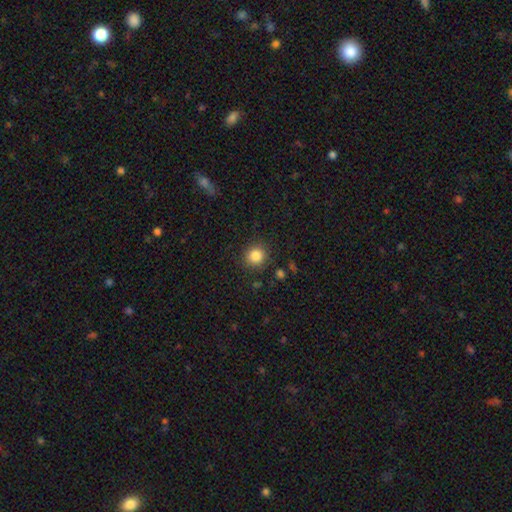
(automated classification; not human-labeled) Smooth or featured: smooth — 85% (star or artifact — 11%)
How rounded: round — 91% (in between — 8%)
Merging: none — 88% (minor disturbance — 7%)